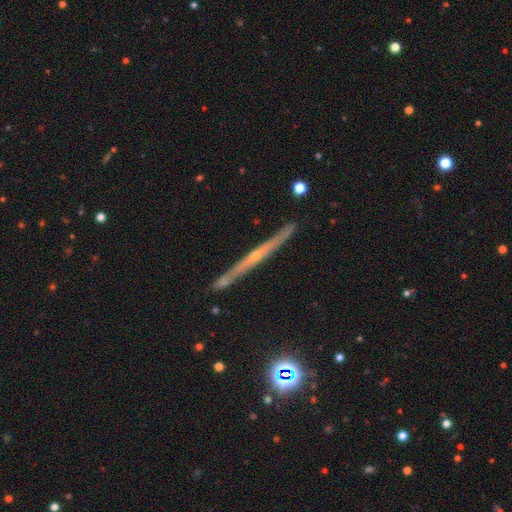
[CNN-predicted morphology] Smooth or featured?
  - featured or disk: 77% *
  - smooth: 16%
  - star or artifact: 7%
Edge-on disk?
  - yes: 97% *
  - no: 3%
Edge-on bulge?
  - rounded: 64% *
  - none: 33%
  - boxy: 3%
Merging?
  - none: 88% *
  - minor disturbance: 9%
  - merger: 2%
  - major disturbance: 2%